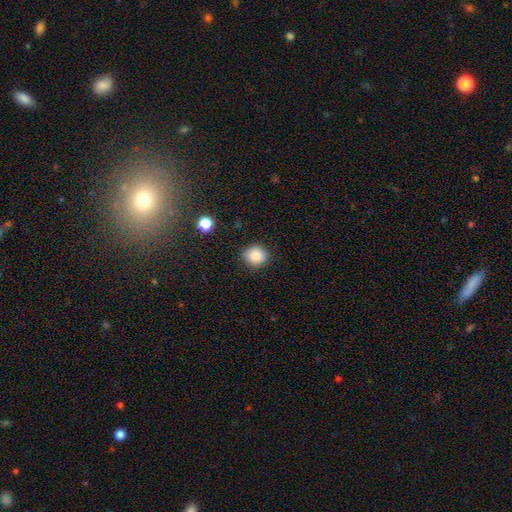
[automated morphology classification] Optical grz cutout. It shows a smooth galaxy with no disk features (85%) that is round (82%). Merging: none (86%).